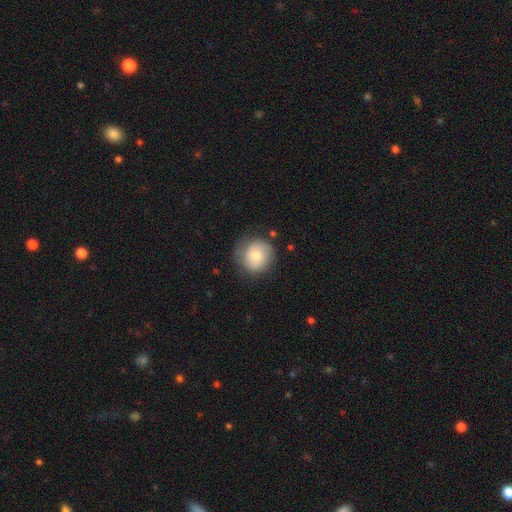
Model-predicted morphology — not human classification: Smooth or featured?
  - smooth: 66% *
  - featured or disk: 26%
  - star or artifact: 7%
How rounded?
  - round: 88% *
  - in between: 11%
  - cigar-shaped: 1%
Merging?
  - none: 73% *
  - minor disturbance: 19%
  - major disturbance: 7%
  - merger: 2%